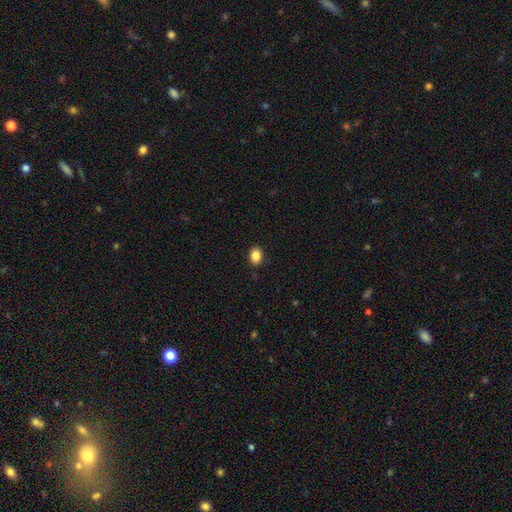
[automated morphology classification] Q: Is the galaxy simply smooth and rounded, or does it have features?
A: smooth — 86%.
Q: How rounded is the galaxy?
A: in between — 60%.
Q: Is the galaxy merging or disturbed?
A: none — 90%.